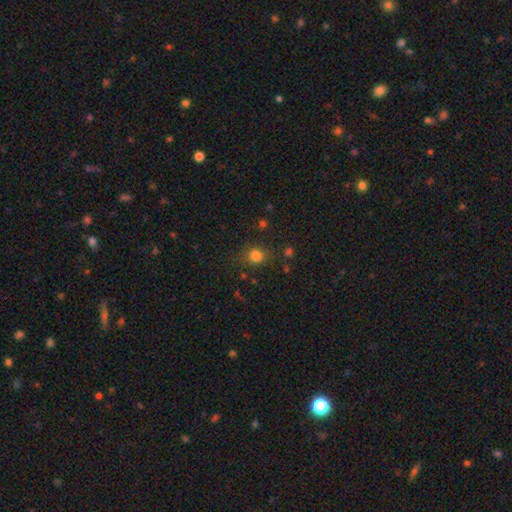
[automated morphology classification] smooth_or_featured: smooth (p=0.80) [alt: star or artifact p=0.14]
how_rounded: round (p=0.73) [alt: in between p=0.26]
merging: none (p=0.78) [alt: minor disturbance p=0.13]